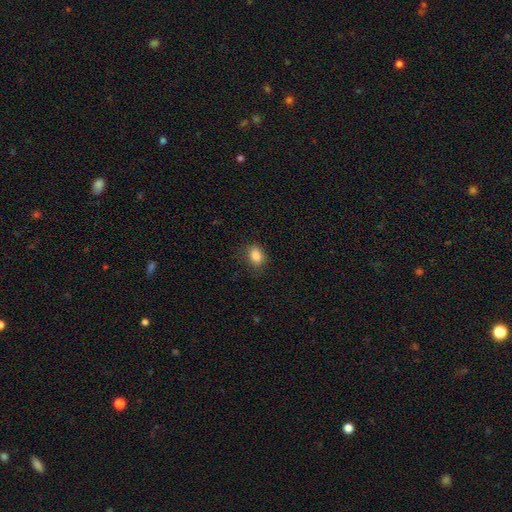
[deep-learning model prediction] Morphology: type=smooth (86%); roundness=in between (71%); merging=none (77%).